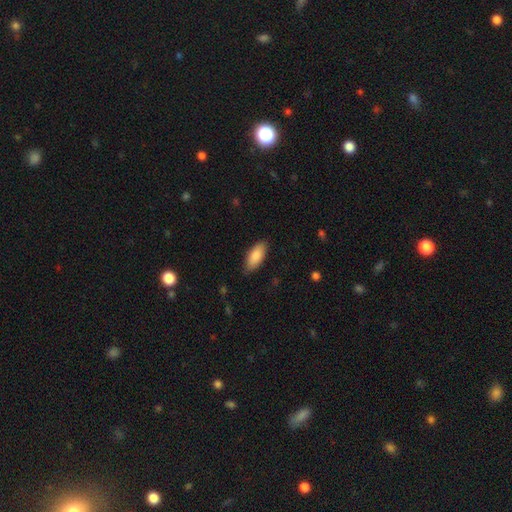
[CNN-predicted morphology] type=smooth (86%); roundness=in between (83%); merging=none (83%).